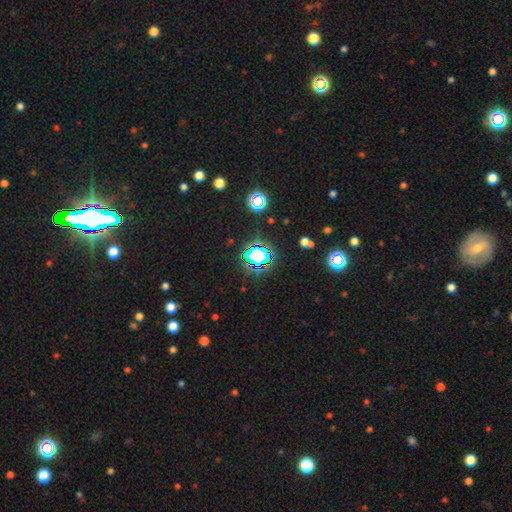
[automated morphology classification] Smooth or featured: star or artifact — 67% (smooth — 22%)